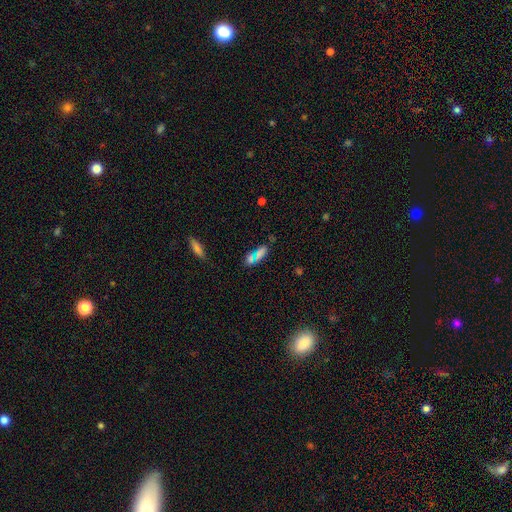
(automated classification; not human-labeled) This is likely a smooth galaxy (66%). How rounded: likely in between (65%). Merging: likely none (61%).